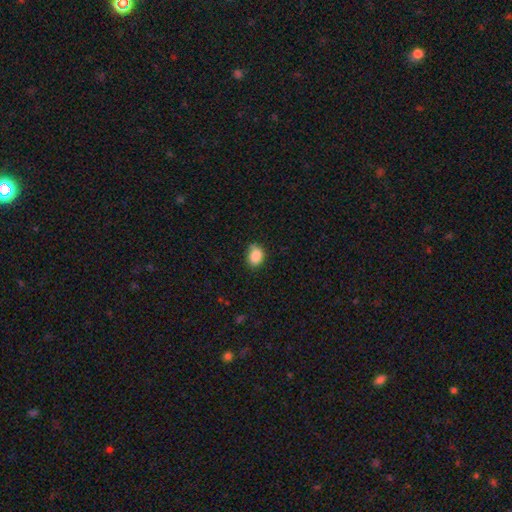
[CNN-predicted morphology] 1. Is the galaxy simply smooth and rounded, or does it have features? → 87% smooth, 9% star or artifact, 4% featured or disk.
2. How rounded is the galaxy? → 58% in between, 41% round, 1% cigar-shaped.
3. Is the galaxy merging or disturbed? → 69% none, 24% minor disturbance, 4% major disturbance, 3% merger.